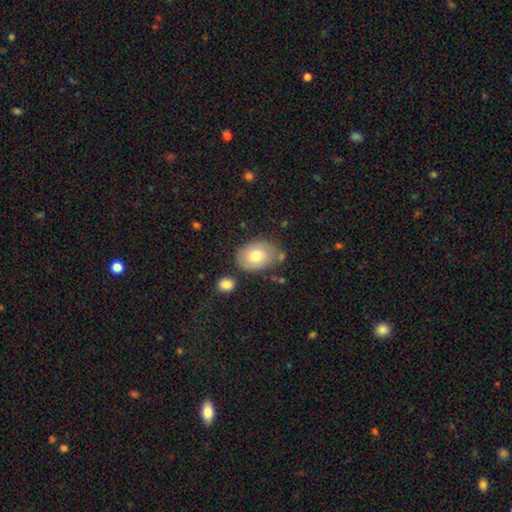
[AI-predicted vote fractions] Smooth or featured? smooth (73%)
How rounded? in between (76%)
Merging? none (67%)